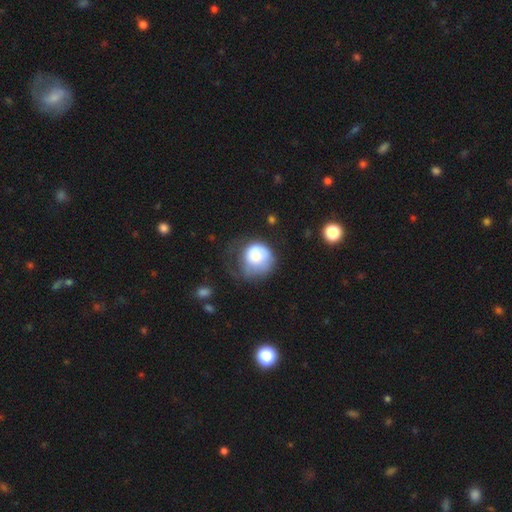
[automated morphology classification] Overall: smooth (72%). How rounded: round (83%). Merging: major disturbance (41%; minor disturbance 30%).